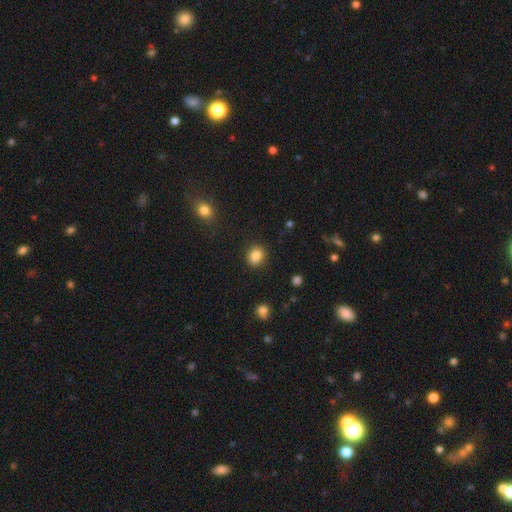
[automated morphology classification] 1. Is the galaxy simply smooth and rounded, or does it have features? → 86% smooth, 10% star or artifact, 4% featured or disk.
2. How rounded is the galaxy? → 60% round, 39% in between, 1% cigar-shaped.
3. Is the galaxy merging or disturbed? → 87% none, 9% minor disturbance, 3% major disturbance, 2% merger.